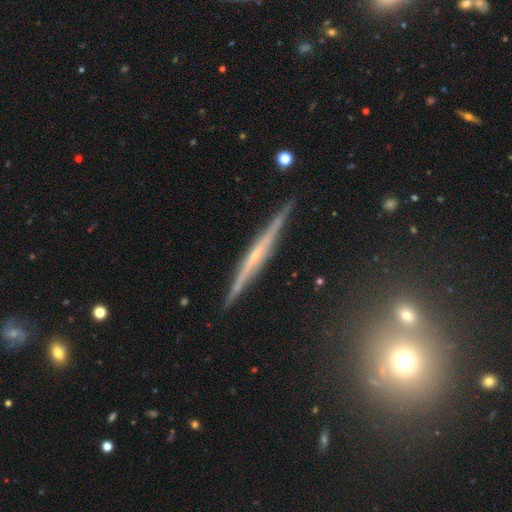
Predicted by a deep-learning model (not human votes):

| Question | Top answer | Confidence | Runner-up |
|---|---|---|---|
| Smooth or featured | featured or disk | 79% | smooth (14%) |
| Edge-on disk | yes | 98% | no (2%) |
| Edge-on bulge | rounded | 50% | none (41%) |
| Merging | none | 89% | minor disturbance (8%) |